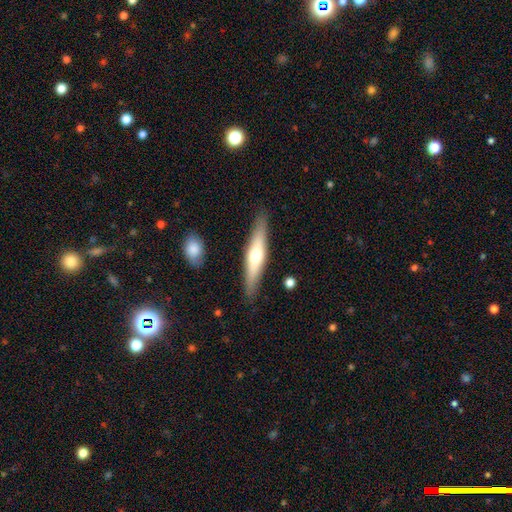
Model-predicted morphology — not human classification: Overall: featured or disk (48%; smooth 46%). Merging: none (87%).